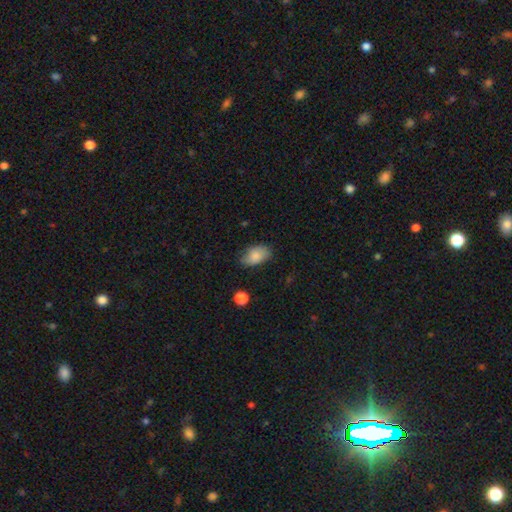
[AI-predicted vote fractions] smooth_or_featured: smooth (p=0.82) [alt: featured or disk p=0.10]
how_rounded: in between (p=0.91) [alt: round p=0.08]
merging: none (p=0.70) [alt: minor disturbance p=0.24]